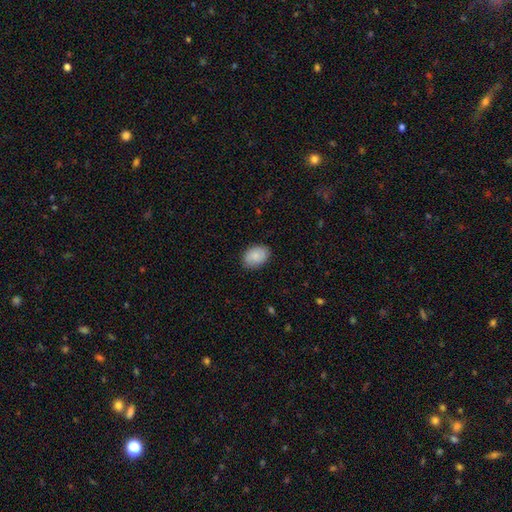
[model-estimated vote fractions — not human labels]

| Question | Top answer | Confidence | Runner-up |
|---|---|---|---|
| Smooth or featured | smooth | 84% | featured or disk (10%) |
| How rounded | in between | 82% | round (17%) |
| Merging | none | 86% | minor disturbance (11%) |